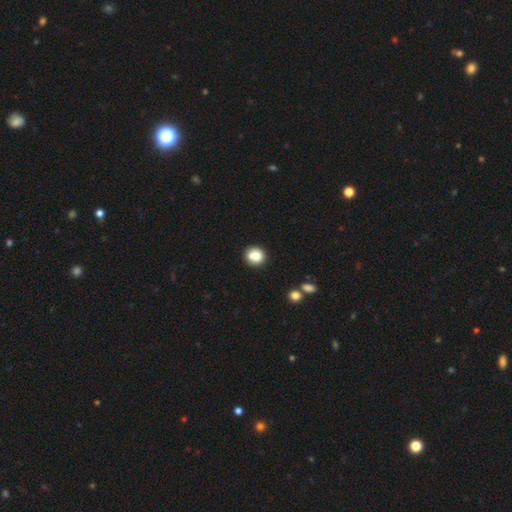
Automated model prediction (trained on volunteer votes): Smooth or featured: smooth — 81% (star or artifact — 10%)
How rounded: round — 85% (in between — 14%)
Merging: none — 76% (minor disturbance — 11%)